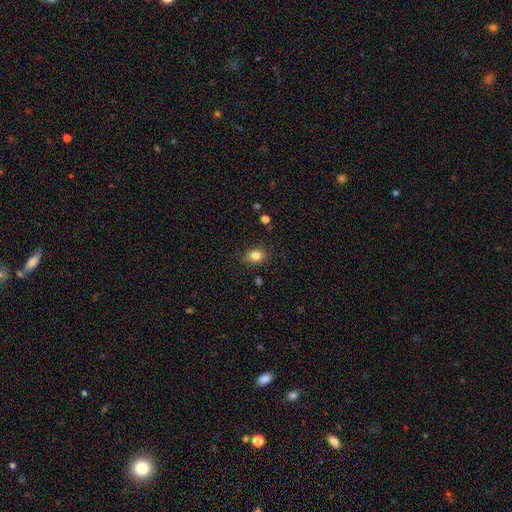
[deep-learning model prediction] Q: Smooth or featured?
A: smooth (82%); runner-up: star or artifact (11%)
Q: How rounded?
A: round (50%); runner-up: in between (49%)
Q: Merging?
A: none (84%); runner-up: minor disturbance (12%)